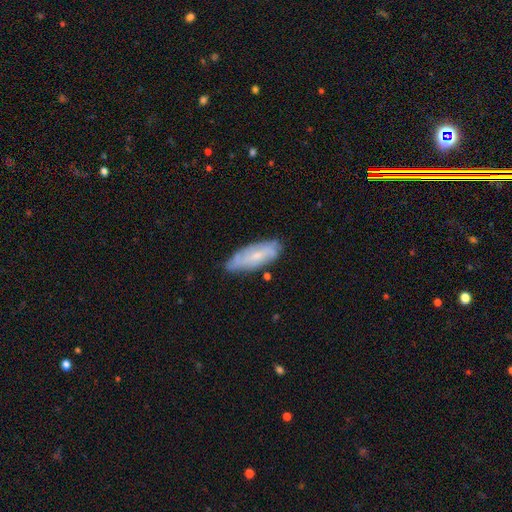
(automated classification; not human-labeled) Morphology: type=featured or disk (54%); edge-on=no (84%); merging=none (71%).